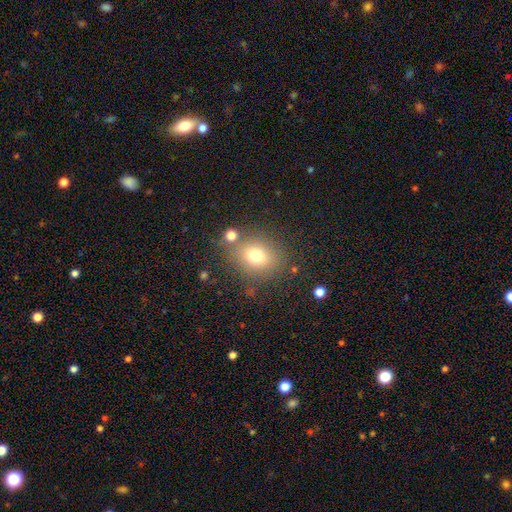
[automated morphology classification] Smooth or featured? smooth (73%)
How rounded? round (60%)
Merging? none (72%)